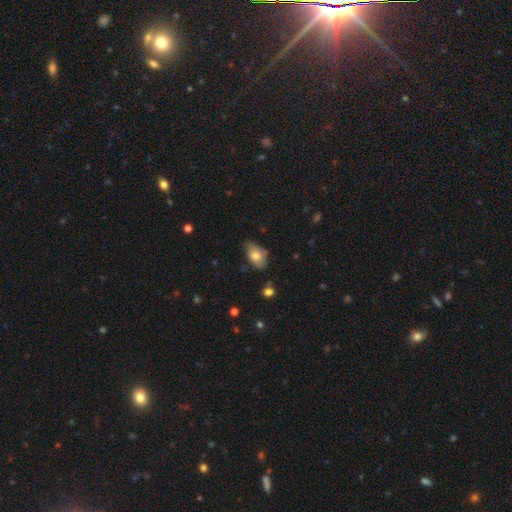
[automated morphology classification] Smooth or featured? smooth (75%)
How rounded? in between (90%)
Merging? none (63%)